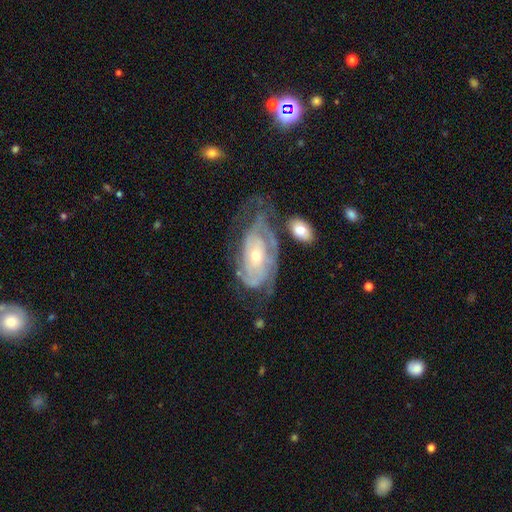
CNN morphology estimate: Overall: featured or disk (84%). Edge-on disk: no (95%). Bar: no (71%). Spiral arms: yes (90%). Spiral arm count: can't tell (40%; 2 30%). Spiral winding: tight (65%; medium 27%). Bulge size: small (54%; moderate 42%). Merging: none (46%; minor disturbance 23%).